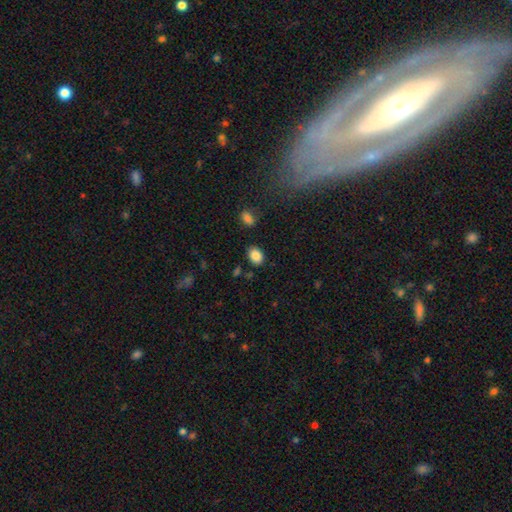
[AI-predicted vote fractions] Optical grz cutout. It shows a smooth galaxy with no disk features (86%) that is in between round and cigar-shaped (75%). Merging: none (84%).